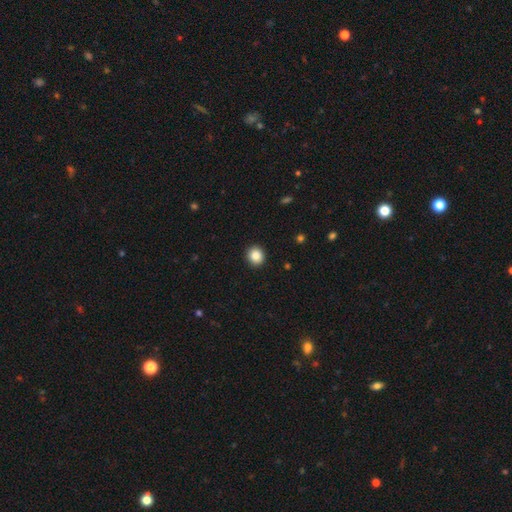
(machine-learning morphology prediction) smooth_or_featured: smooth (p=0.87) [alt: star or artifact p=0.09]
how_rounded: round (p=0.87) [alt: in between p=0.12]
merging: none (p=0.93) [alt: minor disturbance p=0.05]